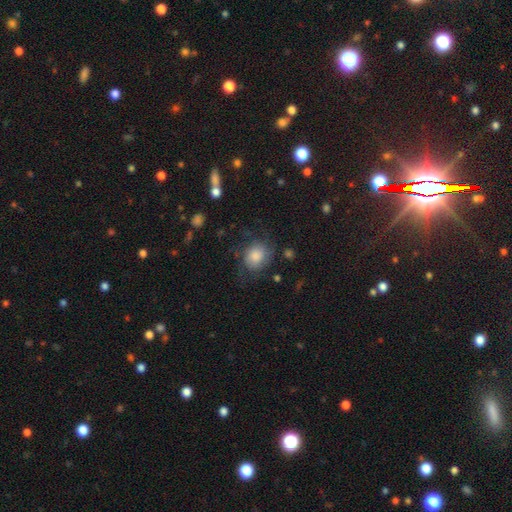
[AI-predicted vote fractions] Smooth or featured?
  - smooth: 67% *
  - featured or disk: 24%
  - star or artifact: 9%
How rounded?
  - round: 66% *
  - in between: 33%
  - cigar-shaped: 1%
Merging?
  - none: 56% *
  - minor disturbance: 24%
  - major disturbance: 18%
  - merger: 2%